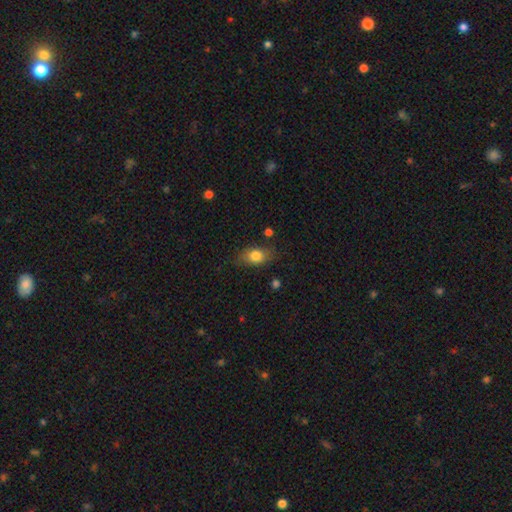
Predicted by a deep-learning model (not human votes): smooth-or-featured: smooth: 79% | featured or disk: 13% | star or artifact: 8%
  how-rounded: in between: 80% | round: 16% | cigar-shaped: 4%
  merging: none: 75% | minor disturbance: 18% | major disturbance: 5% | merger: 2%